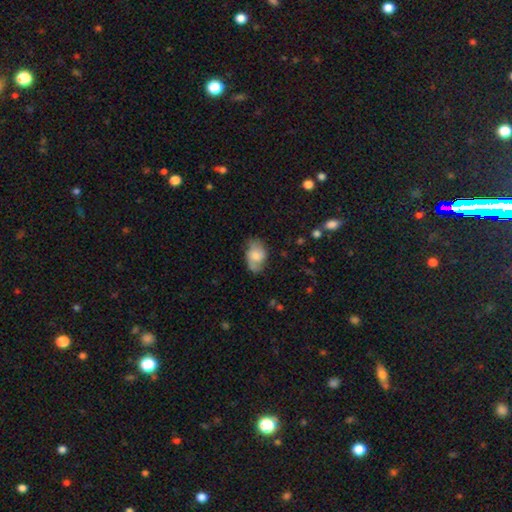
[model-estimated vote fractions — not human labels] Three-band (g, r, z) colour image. It shows a smooth galaxy with no disk features (50%) that is in between round and cigar-shaped (84%). Merging: none (64%).